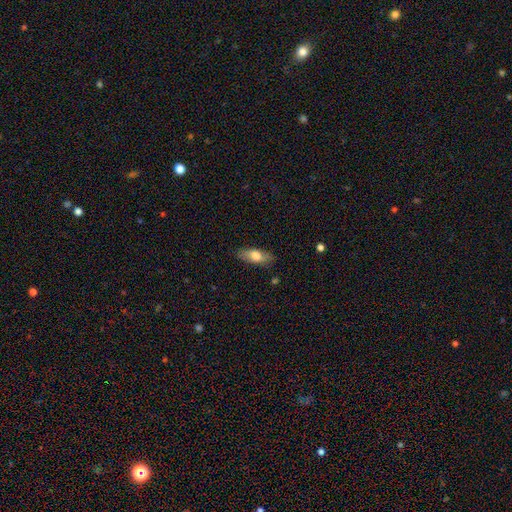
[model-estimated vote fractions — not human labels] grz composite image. It shows a smooth galaxy with no disk features (70%) that is in between round and cigar-shaped (74%). Merging: none (83%).